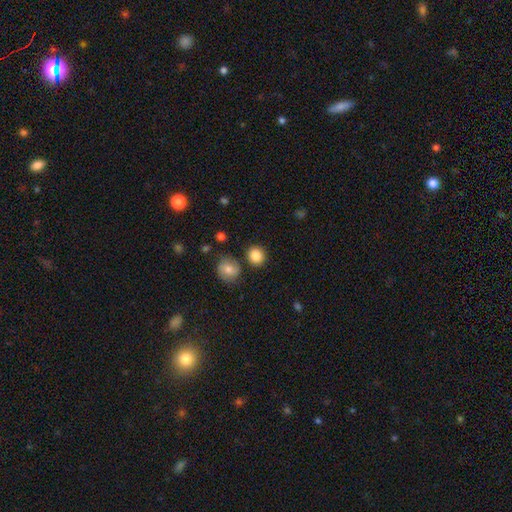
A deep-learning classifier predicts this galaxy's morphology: smooth_or_featured: smooth (p=0.87) [alt: star or artifact p=0.09]
how_rounded: round (p=0.85) [alt: in between p=0.14]
merging: none (p=0.82) [alt: minor disturbance p=0.09]